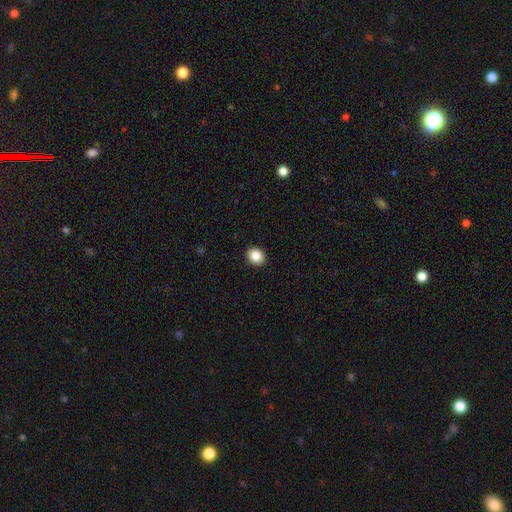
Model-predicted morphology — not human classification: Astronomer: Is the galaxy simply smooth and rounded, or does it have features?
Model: smooth — 86%.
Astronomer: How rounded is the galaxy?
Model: round — 60% (runner-up: in between, 39%).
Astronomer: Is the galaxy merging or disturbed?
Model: none — 92%.